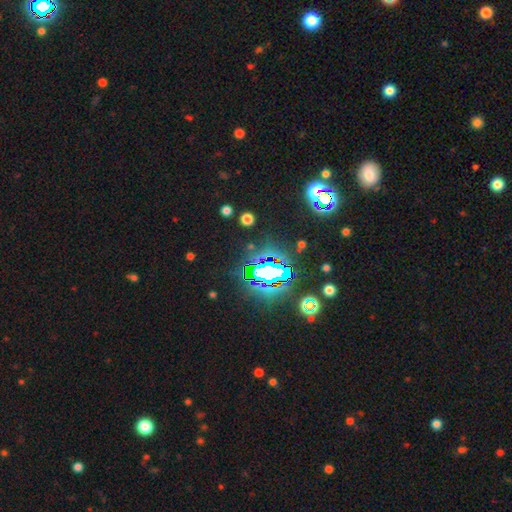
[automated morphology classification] Smooth or featured? star or artifact (83%)